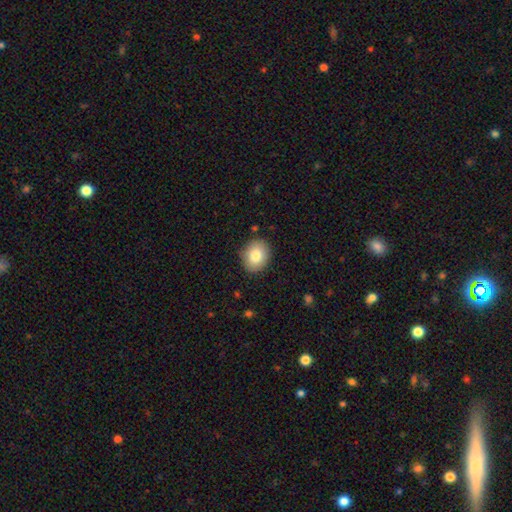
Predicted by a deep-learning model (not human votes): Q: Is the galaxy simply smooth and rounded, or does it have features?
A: smooth — 80%.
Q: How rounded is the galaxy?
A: round — 54%.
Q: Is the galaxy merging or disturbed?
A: none — 87%.